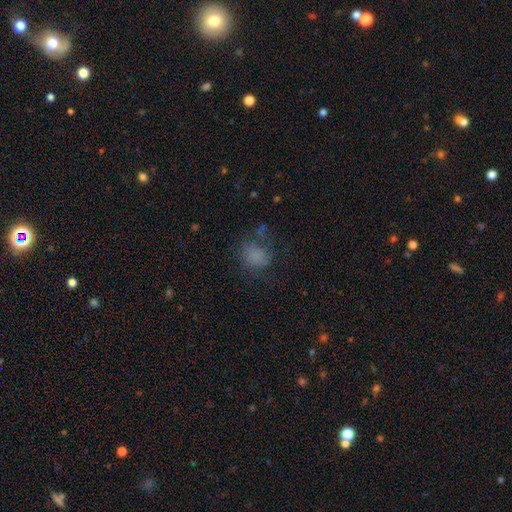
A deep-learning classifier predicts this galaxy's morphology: This appears to be a smooth galaxy with no disk features (71%) that is round (62%). Merging: none (56%).